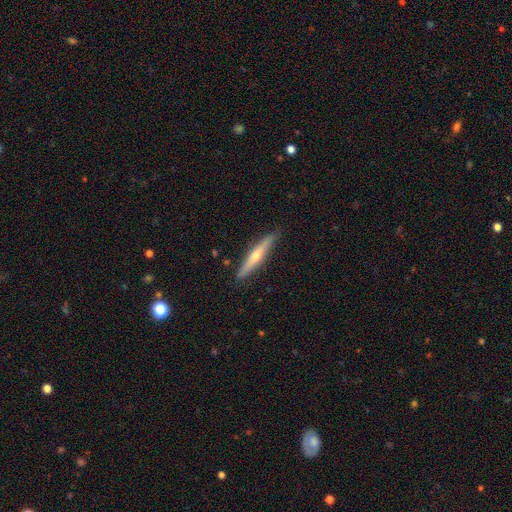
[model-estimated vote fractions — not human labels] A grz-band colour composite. It shows a featured or disk galaxy (61%) viewed edge-on (95%) with a rounded central bulge (87%). Merging: none (89%).